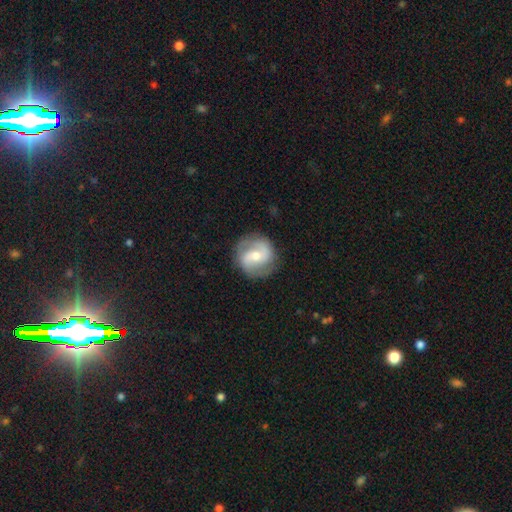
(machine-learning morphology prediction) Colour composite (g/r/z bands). It shows a featured or disk galaxy (79%) with a weak bar (46%), 2 (89%) medium (49%) spiral arms (93%) and a moderate central bulge (57%). Merging: none (85%).